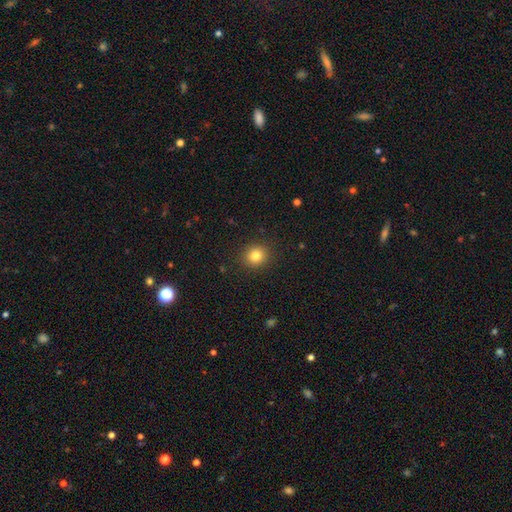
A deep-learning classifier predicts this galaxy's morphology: smooth 82%, star or artifact 12%, featured or disk 6%. Down the decision tree: how rounded — round (86%); merging — none (91%).